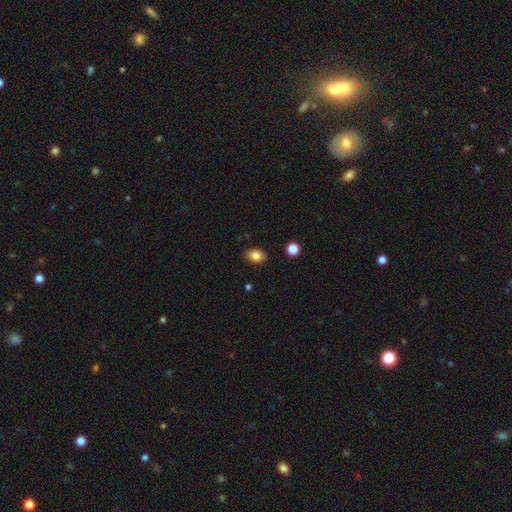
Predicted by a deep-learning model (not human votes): Smooth or featured: smooth — 83% (star or artifact — 9%)
How rounded: in between — 75% (round — 24%)
Merging: none — 87% (minor disturbance — 9%)